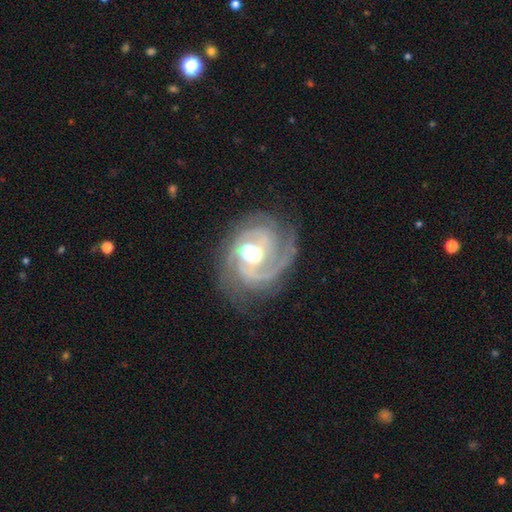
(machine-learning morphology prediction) type=featured or disk (89%); edge-on=no (98%); bar=weak (42%); spiral arms=yes (97%); winding=tight (53%); arm count=2 (42%); bulge=moderate (64%); merging=none (66%).